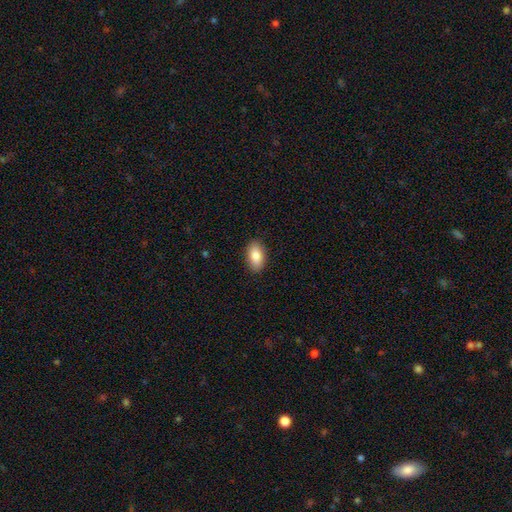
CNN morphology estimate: This appears to be a smooth galaxy with no disk features (85%) that is in between round and cigar-shaped (93%). Merging: none (89%).